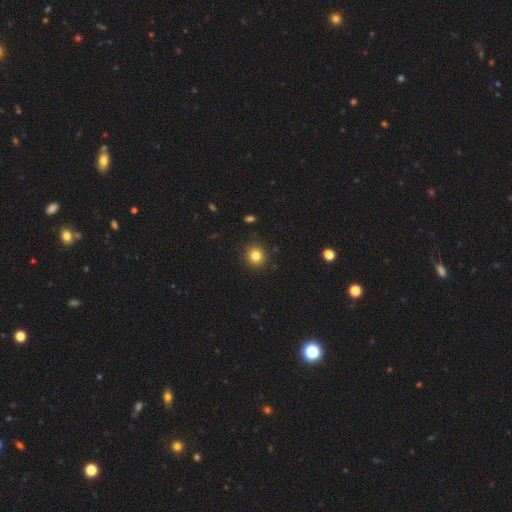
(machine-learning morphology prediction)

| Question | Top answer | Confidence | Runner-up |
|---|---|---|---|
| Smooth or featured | smooth | 83% | star or artifact (12%) |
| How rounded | round | 89% | in between (10%) |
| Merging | none | 90% | minor disturbance (7%) |